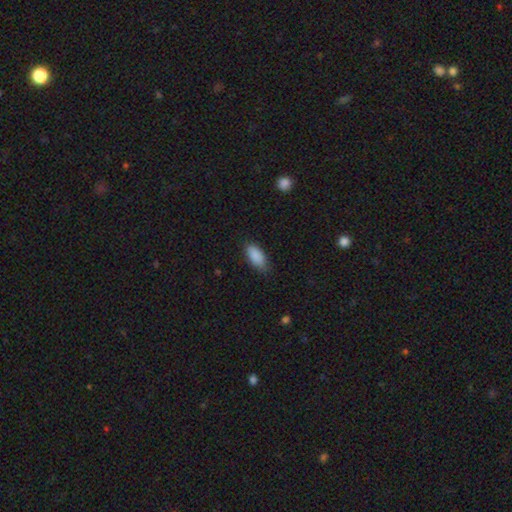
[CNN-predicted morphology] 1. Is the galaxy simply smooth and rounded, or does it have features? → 89% smooth, 7% star or artifact, 4% featured or disk.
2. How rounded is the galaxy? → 88% in between, 10% cigar-shaped, 3% round.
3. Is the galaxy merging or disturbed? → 77% none, 18% minor disturbance, 3% major disturbance, 1% merger.